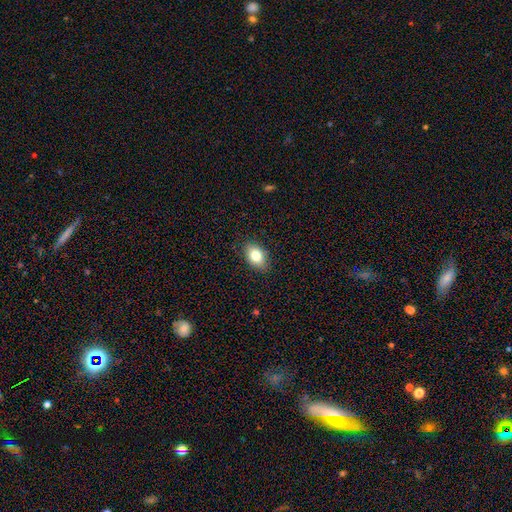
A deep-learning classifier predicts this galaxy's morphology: This is likely a smooth galaxy (80%). How rounded: clearly in between (83%). Merging: clearly none (87%).